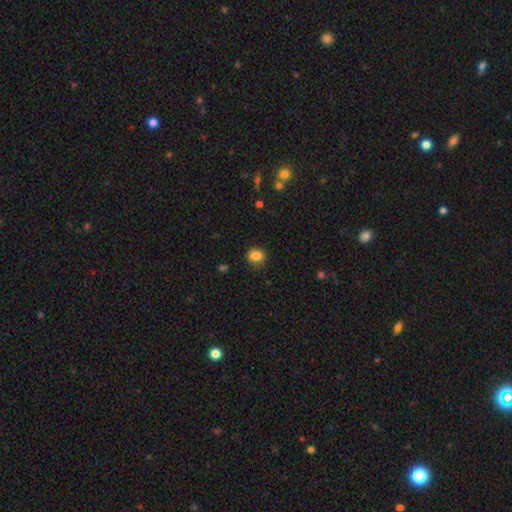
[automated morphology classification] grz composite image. It shows a smooth galaxy with no disk features (85%) that is round (57%). Merging: none (84%).